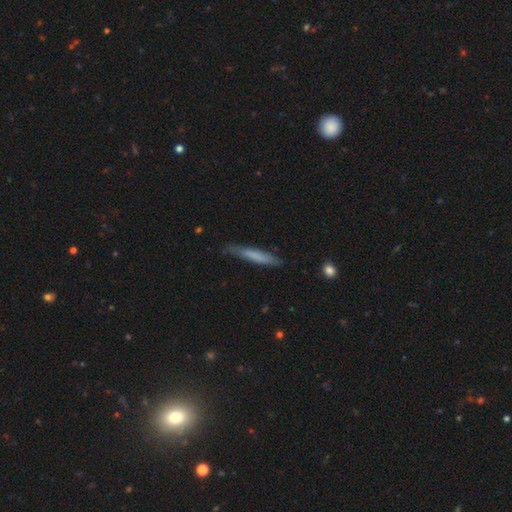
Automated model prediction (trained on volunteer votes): smooth-or-featured: smooth: 66% | featured or disk: 28% | star or artifact: 6%
  how-rounded: cigar-shaped: 94% | in between: 5% | round: 1%
  merging: none: 78% | minor disturbance: 17% | major disturbance: 3% | merger: 2%